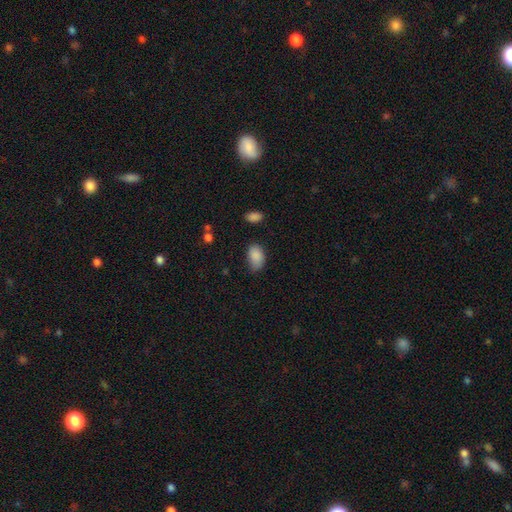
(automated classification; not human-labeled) Q: Smooth or featured?
A: smooth (87%); runner-up: star or artifact (8%)
Q: How rounded?
A: in between (89%); runner-up: round (10%)
Q: Merging?
A: none (60%); runner-up: minor disturbance (31%)